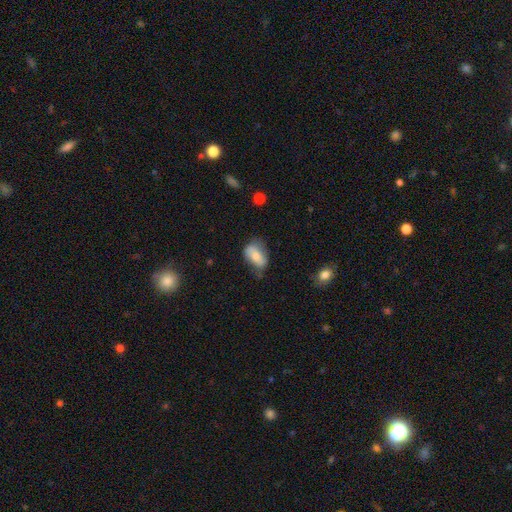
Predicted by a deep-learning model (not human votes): smooth_or_featured: smooth (p=0.60) [alt: featured or disk p=0.33]
how_rounded: in between (p=0.86) [alt: round p=0.11]
merging: none (p=0.52) [alt: minor disturbance p=0.33]